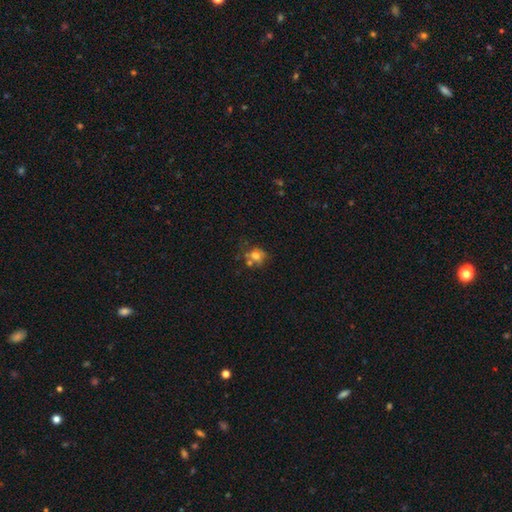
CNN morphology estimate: Smooth or featured?
  - smooth: 66% *
  - featured or disk: 19%
  - star or artifact: 14%
How rounded?
  - round: 62% *
  - in between: 37%
  - cigar-shaped: 1%
Merging?
  - none: 46% *
  - merger: 26%
  - minor disturbance: 18%
  - major disturbance: 9%